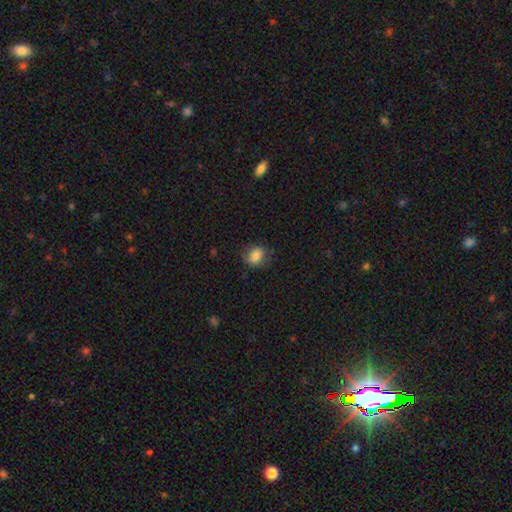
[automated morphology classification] Smooth or featured? Predicted: smooth (p=0.81). How rounded? Predicted: round (p=0.52). Merging? Predicted: none (p=0.71).